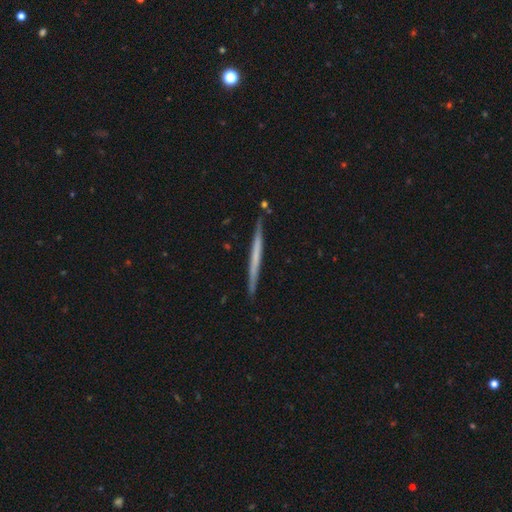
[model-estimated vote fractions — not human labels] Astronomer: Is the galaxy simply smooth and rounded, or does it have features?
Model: featured or disk — 52% (runner-up: smooth, 43%).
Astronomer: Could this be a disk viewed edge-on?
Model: yes — 97%.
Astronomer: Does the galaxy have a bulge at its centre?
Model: none — 91%.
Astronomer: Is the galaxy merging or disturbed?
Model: none — 89%.